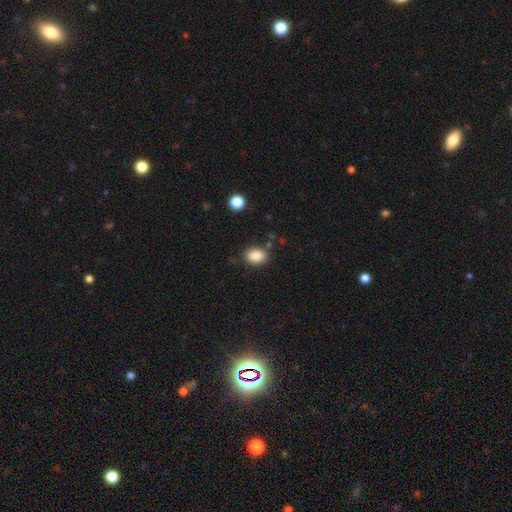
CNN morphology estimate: Q: Smooth or featured?
A: smooth (86%); runner-up: star or artifact (9%)
Q: How rounded?
A: in between (72%); runner-up: round (27%)
Q: Merging?
A: none (83%); runner-up: minor disturbance (11%)